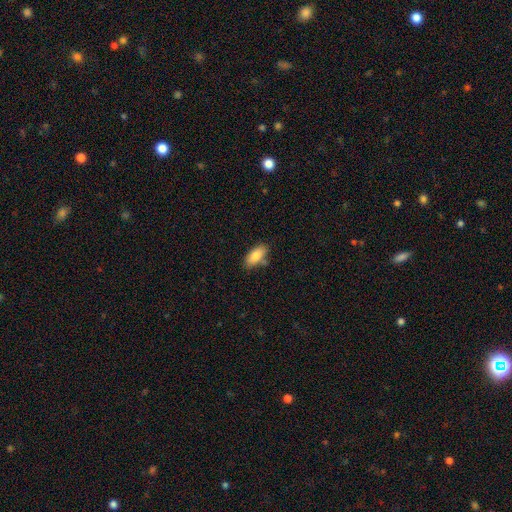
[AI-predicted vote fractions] smooth 83%, featured or disk 10%, star or artifact 7%. Down the decision tree: how rounded — in between (90%); merging — none (74%).